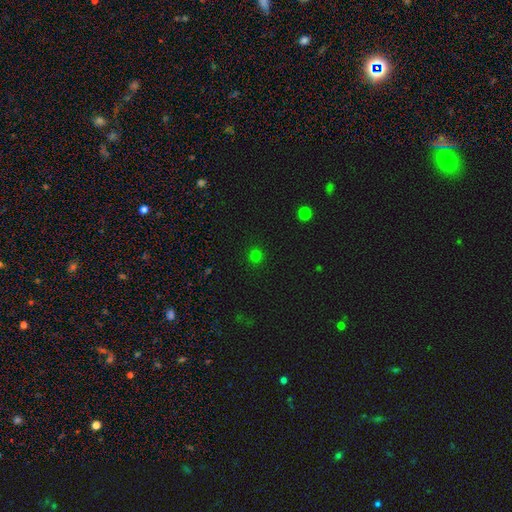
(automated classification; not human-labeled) This is likely a smooth galaxy (75%). How rounded: clearly round (92%). Merging: clearly none (91%).